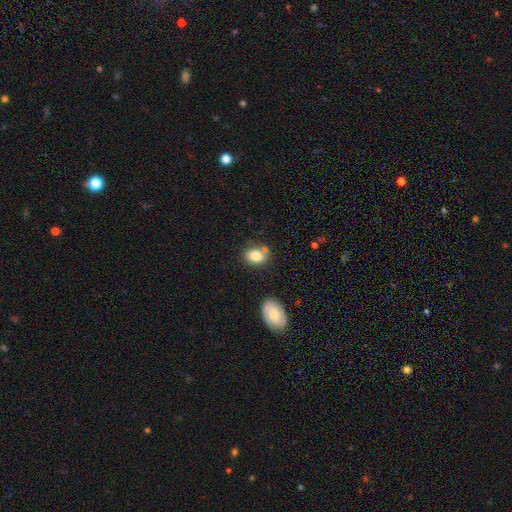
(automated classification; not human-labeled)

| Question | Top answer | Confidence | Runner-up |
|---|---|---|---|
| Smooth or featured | smooth | 82% | featured or disk (9%) |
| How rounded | in between | 65% | round (34%) |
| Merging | none | 62% | minor disturbance (19%) |